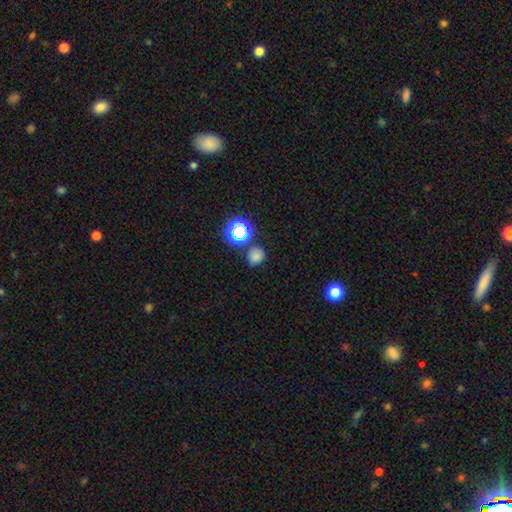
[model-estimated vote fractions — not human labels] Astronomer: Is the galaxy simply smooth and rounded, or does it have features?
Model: smooth — 72%.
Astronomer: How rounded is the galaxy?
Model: round — 74%.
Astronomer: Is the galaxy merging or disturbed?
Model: none — 77%.